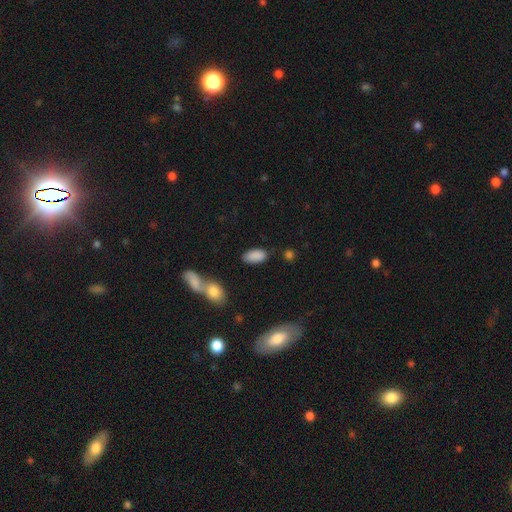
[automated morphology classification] Overall: smooth (88%). How rounded: in between (94%). Merging: none (76%).